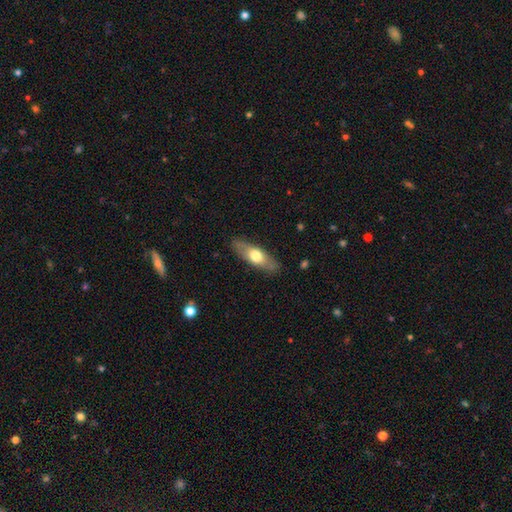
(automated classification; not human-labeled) This is possibly a smooth galaxy (56%). How rounded: possibly in between (55%). Merging: clearly none (85%).